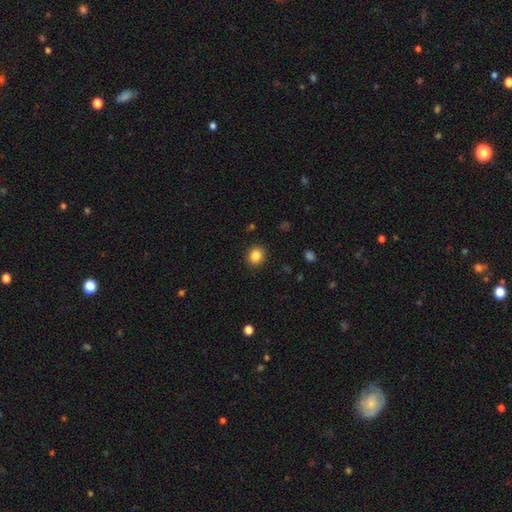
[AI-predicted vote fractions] A smooth galaxy with no disk features (85%) that is round (82%).

Vote fractions:
- Smooth or featured? smooth: 85% / star or artifact: 10% / featured or disk: 5%
- How rounded? round: 82% / in between: 17% / cigar-shaped: 1%
- Merging? none: 91% / minor disturbance: 6% / major disturbance: 2% / merger: 1%